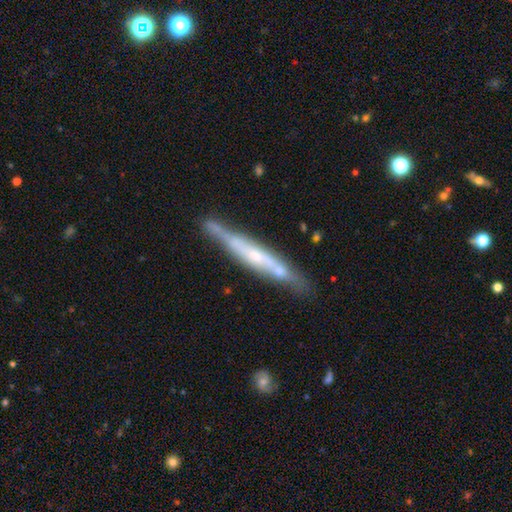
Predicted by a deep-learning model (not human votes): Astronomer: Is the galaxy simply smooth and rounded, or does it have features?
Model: featured or disk — 68%.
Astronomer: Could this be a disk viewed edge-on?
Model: yes — 89%.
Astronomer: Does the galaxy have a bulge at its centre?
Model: none — 46% (runner-up: rounded, 38%).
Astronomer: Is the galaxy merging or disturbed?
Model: none — 75%.